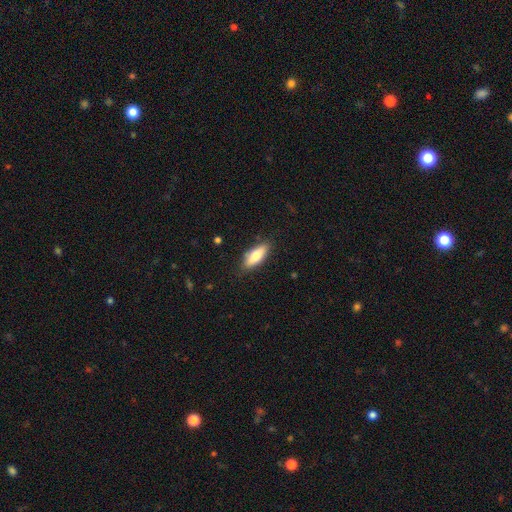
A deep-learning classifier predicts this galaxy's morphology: Smooth or featured?
  - smooth: 73% *
  - featured or disk: 21%
  - star or artifact: 6%
How rounded?
  - in between: 68% *
  - cigar-shaped: 30%
  - round: 2%
Merging?
  - none: 84% *
  - minor disturbance: 12%
  - major disturbance: 2%
  - merger: 1%